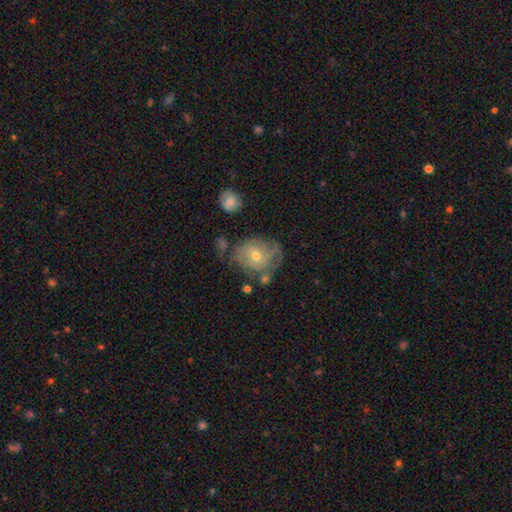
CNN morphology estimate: A featured or disk galaxy (56%) with no bar (80%), spiral arms (71%) and a moderate central bulge (50%). Merging: none (53%).